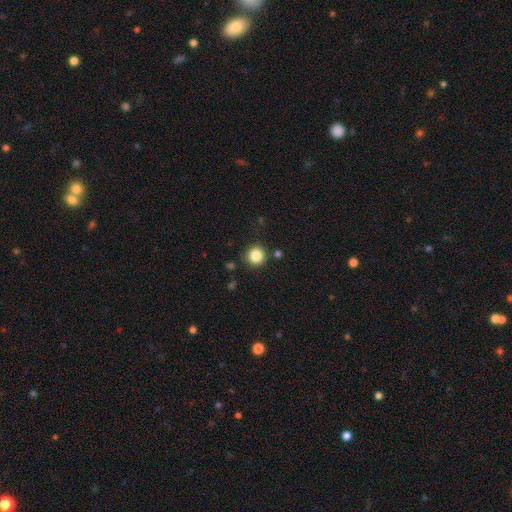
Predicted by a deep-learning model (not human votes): Smooth or featured?
  - smooth: 84% *
  - star or artifact: 11%
  - featured or disk: 5%
How rounded?
  - round: 93% *
  - in between: 6%
  - cigar-shaped: 1%
Merging?
  - none: 87% *
  - minor disturbance: 8%
  - merger: 3%
  - major disturbance: 2%